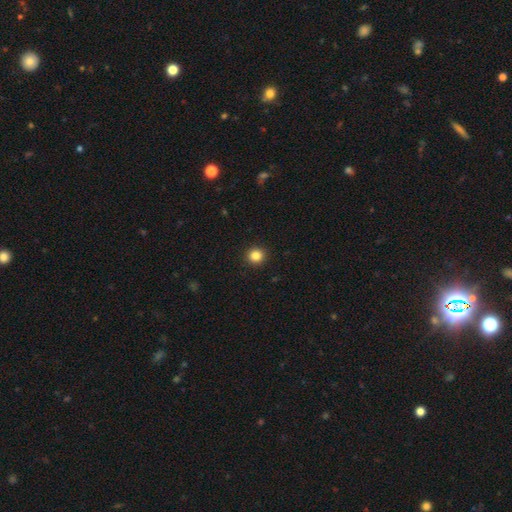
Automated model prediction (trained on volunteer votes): This appears to be a smooth galaxy with no disk features (85%) that is round (92%). Merging: none (93%).